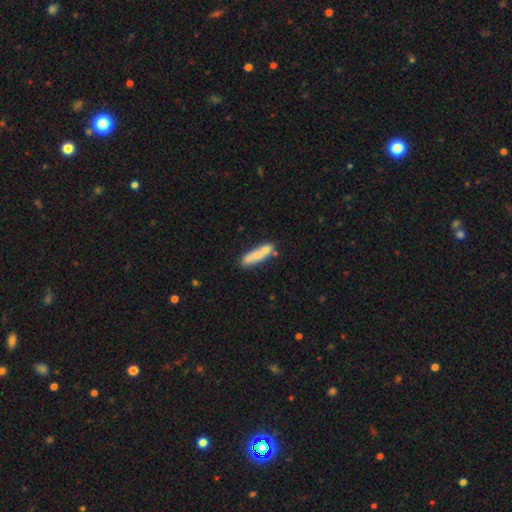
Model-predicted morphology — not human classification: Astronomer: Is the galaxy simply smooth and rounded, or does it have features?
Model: smooth — 69%.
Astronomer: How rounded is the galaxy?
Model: cigar-shaped — 56% (runner-up: in between, 41%).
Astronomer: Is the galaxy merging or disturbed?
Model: none — 51% (runner-up: merger, 26%).